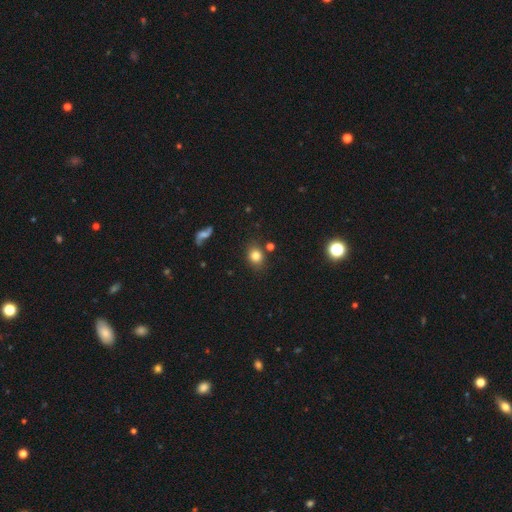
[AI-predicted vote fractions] Smooth or featured? smooth (81%)
How rounded? round (57%)
Merging? none (79%)